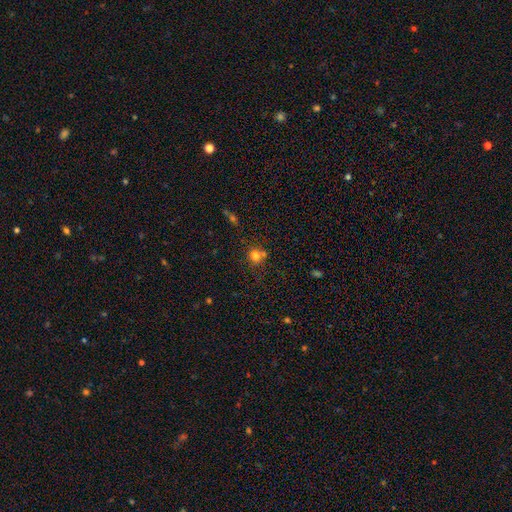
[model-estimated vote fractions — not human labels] smooth_or_featured: smooth (p=0.76) [alt: star or artifact p=0.15]
how_rounded: round (p=0.88) [alt: in between p=0.11]
merging: none (p=0.61) [alt: merger p=0.23]